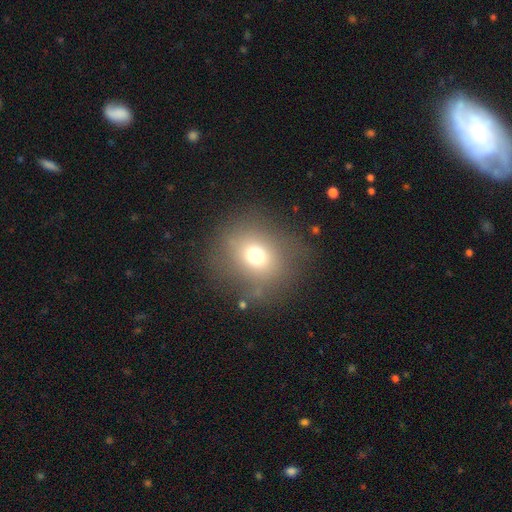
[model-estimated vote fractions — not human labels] Smooth or featured?
  - smooth: 70% *
  - star or artifact: 16%
  - featured or disk: 14%
How rounded?
  - round: 72% *
  - in between: 27%
  - cigar-shaped: 1%
Merging?
  - none: 77% *
  - minor disturbance: 13%
  - major disturbance: 8%
  - merger: 2%